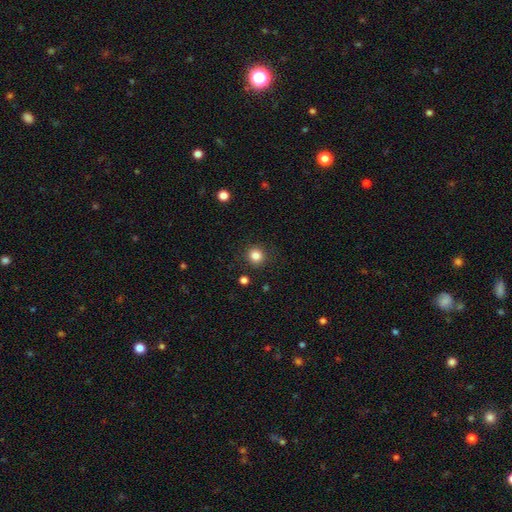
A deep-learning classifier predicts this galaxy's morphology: Smooth or featured?
  - smooth: 84% *
  - star or artifact: 11%
  - featured or disk: 5%
How rounded?
  - round: 89% *
  - in between: 10%
  - cigar-shaped: 1%
Merging?
  - none: 89% *
  - minor disturbance: 7%
  - major disturbance: 2%
  - merger: 1%